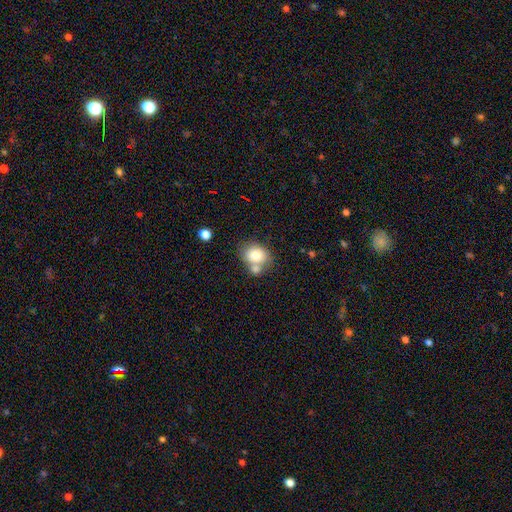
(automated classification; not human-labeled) Smooth or featured: smooth — 78% (featured or disk — 13%)
How rounded: round — 51% (in between — 48%)
Merging: none — 49% (merger — 33%)